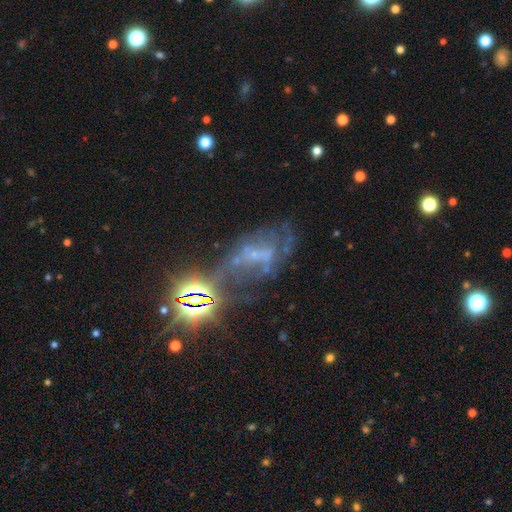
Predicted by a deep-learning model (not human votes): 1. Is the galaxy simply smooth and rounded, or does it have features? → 50% featured or disk, 35% star or artifact, 15% smooth.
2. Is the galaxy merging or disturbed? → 37% none, 32% major disturbance, 18% minor disturbance, 13% merger.